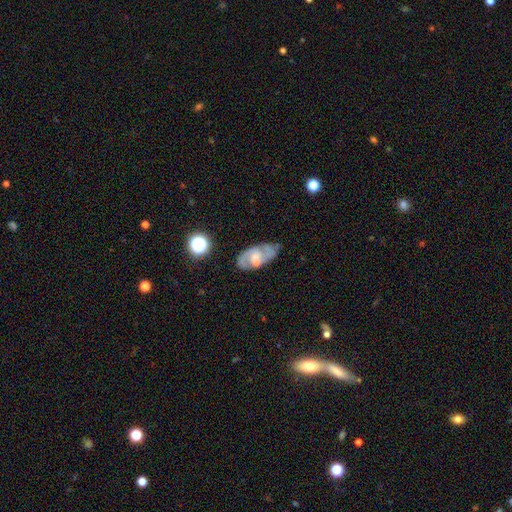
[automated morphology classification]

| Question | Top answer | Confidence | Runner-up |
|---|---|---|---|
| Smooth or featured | featured or disk | 70% | smooth (22%) |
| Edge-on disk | no | 95% | yes (5%) |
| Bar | no | 49% | weak (42%) |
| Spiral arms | yes | 85% | no (15%) |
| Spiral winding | medium | 50% | tight (30%) |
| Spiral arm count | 2 | 74% | can't tell (15%) |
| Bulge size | small | 52% | moderate (32%) |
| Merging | none | 64% | minor disturbance (21%) |